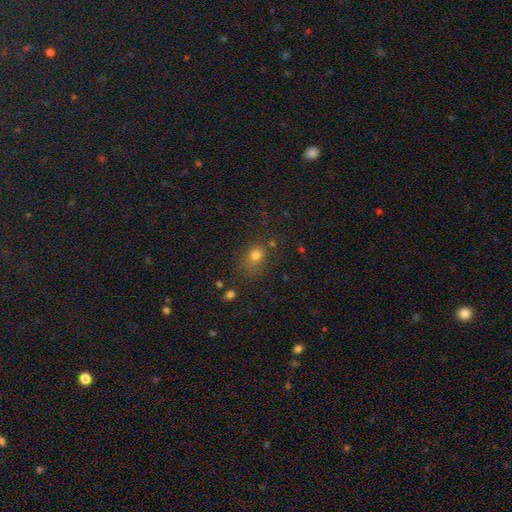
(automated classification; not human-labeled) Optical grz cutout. It shows a smooth galaxy with no disk features (73%) that is in between round and cigar-shaped (52%). Merging: none (66%).